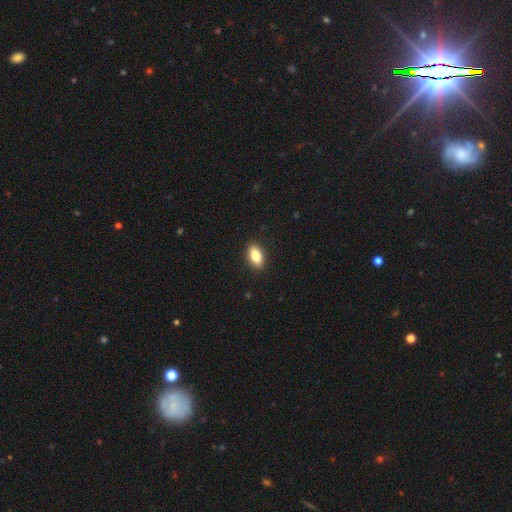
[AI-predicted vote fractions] smooth_or_featured: smooth (p=0.84) [alt: featured or disk p=0.08]
how_rounded: in between (p=0.90) [alt: round p=0.06]
merging: none (p=0.90) [alt: minor disturbance p=0.07]